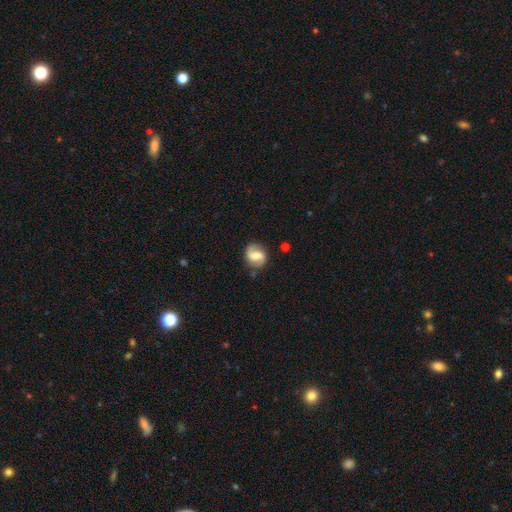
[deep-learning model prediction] Overall: featured or disk (71%). Edge-on disk: no (98%). Bar: weak (47%; strong 26%). Spiral arms: yes (92%). Spiral arm count: 2 (90%). Spiral winding: medium (43%; loose 41%). Bulge size: moderate (52%; small 23%). Merging: none (79%).